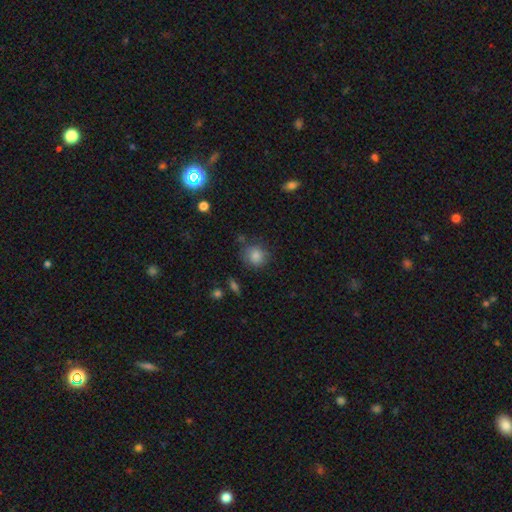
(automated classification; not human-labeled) smooth-or-featured: smooth: 83% | star or artifact: 9% | featured or disk: 7%
  how-rounded: round: 83% | in between: 16% | cigar-shaped: 1%
  merging: none: 70% | minor disturbance: 20% | major disturbance: 6% | merger: 4%